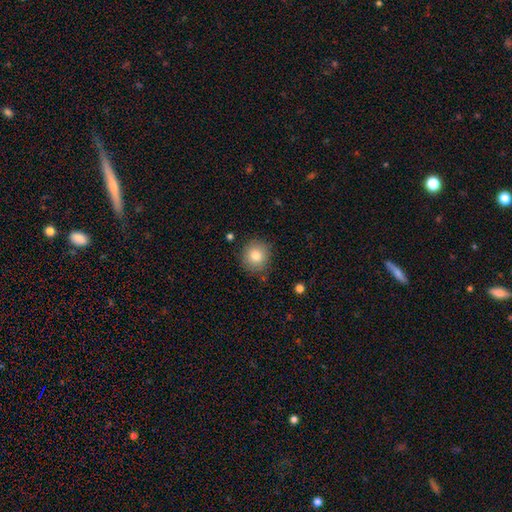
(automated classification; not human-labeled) A smooth galaxy with no disk features (82%) that is round (89%).

Vote fractions:
- Smooth or featured? smooth: 82% / star or artifact: 9% / featured or disk: 9%
- How rounded? round: 89% / in between: 10% / cigar-shaped: 1%
- Merging? none: 84% / minor disturbance: 12% / major disturbance: 3% / merger: 2%